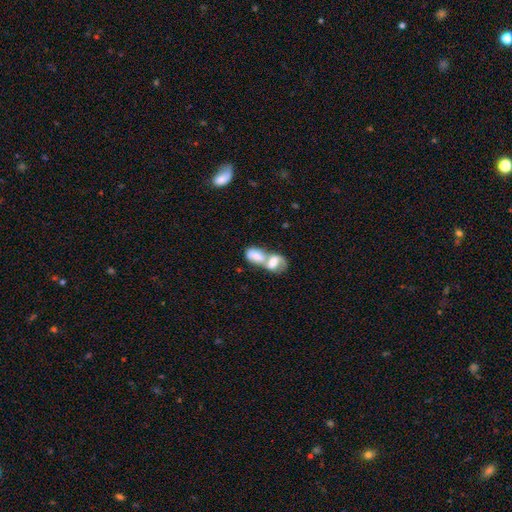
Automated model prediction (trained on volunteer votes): smooth 60%, featured or disk 33%, star or artifact 8%. Down the decision tree: how rounded — in between (85%); merging — merger (83%).